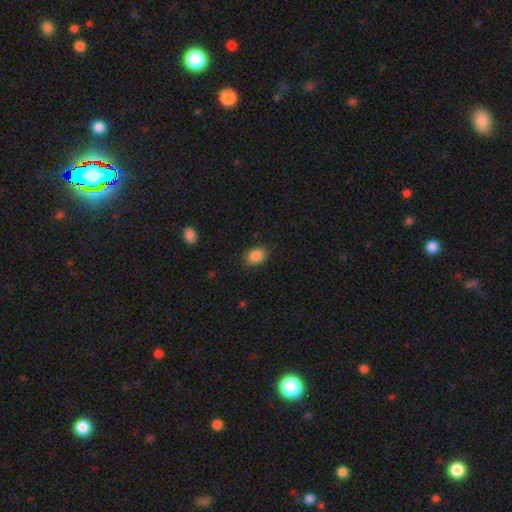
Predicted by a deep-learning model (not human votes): Q: Smooth or featured?
A: smooth (88%); runner-up: star or artifact (8%)
Q: How rounded?
A: in between (67%); runner-up: round (32%)
Q: Merging?
A: none (86%); runner-up: minor disturbance (10%)